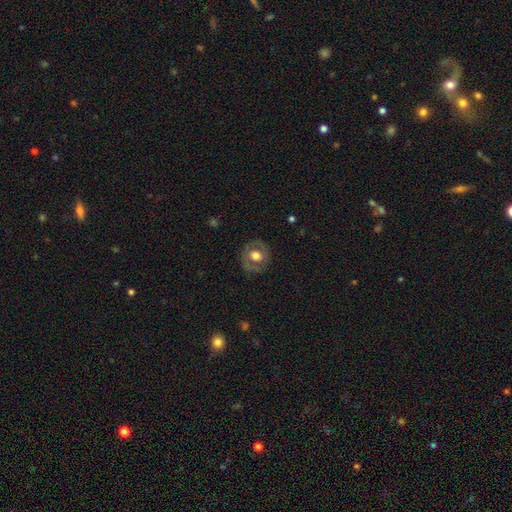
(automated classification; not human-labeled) Morphology: type=featured or disk (48%); merging=none (79%).